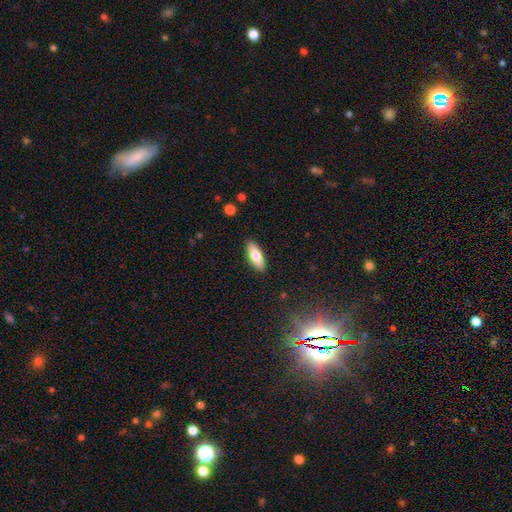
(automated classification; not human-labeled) Overall: smooth (68%). How rounded: in between (61%; cigar-shaped 37%). Merging: none (89%).